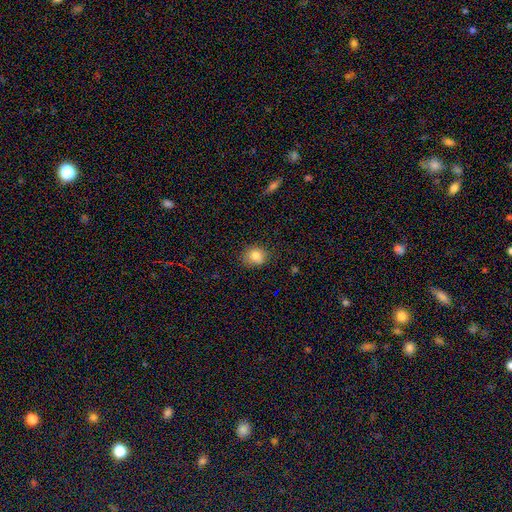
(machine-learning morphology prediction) This is clearly a smooth galaxy (82%). How rounded: likely round (66%). Merging: likely none (77%).